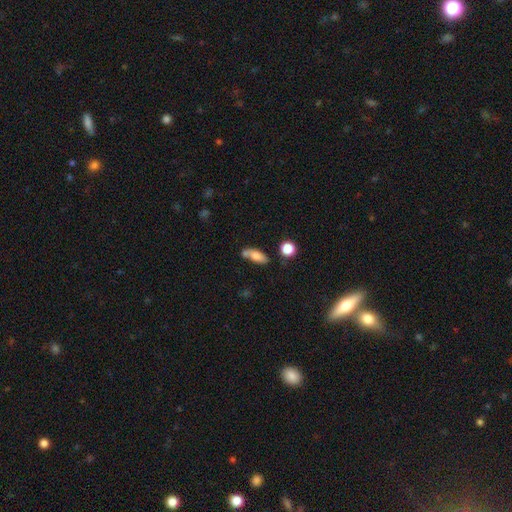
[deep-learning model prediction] Smooth or featured?
  - smooth: 76% *
  - featured or disk: 15%
  - star or artifact: 9%
How rounded?
  - in between: 75% *
  - cigar-shaped: 20%
  - round: 5%
Merging?
  - none: 54% *
  - merger: 20%
  - minor disturbance: 19%
  - major disturbance: 7%